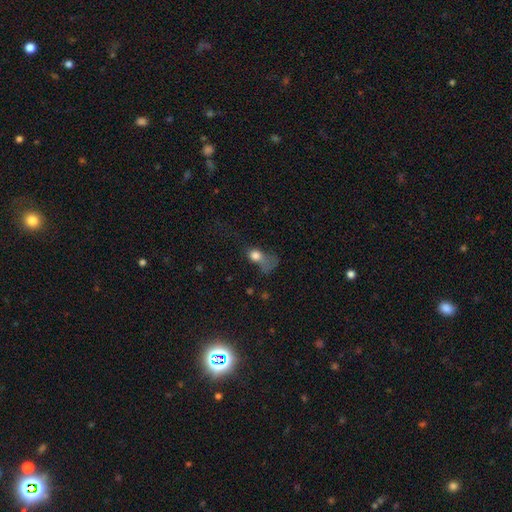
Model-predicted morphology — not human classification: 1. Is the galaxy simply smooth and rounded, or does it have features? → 72% smooth, 16% featured or disk, 12% star or artifact.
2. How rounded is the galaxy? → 57% in between, 40% round, 4% cigar-shaped.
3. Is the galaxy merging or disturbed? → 60% major disturbance, 16% none, 16% minor disturbance, 8% merger.